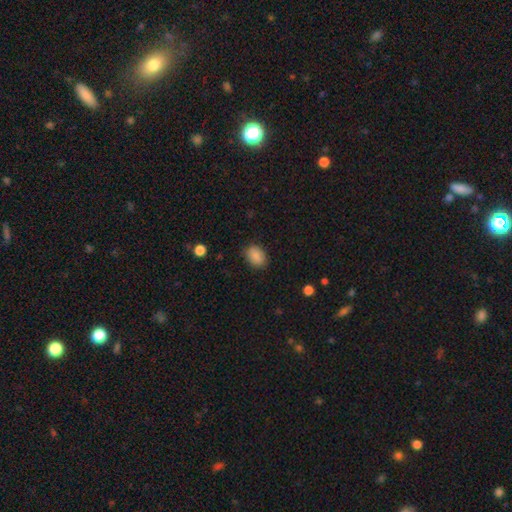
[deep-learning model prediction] Q: Smooth or featured?
A: smooth (88%); runner-up: star or artifact (8%)
Q: How rounded?
A: in between (77%); runner-up: round (22%)
Q: Merging?
A: none (86%); runner-up: minor disturbance (11%)